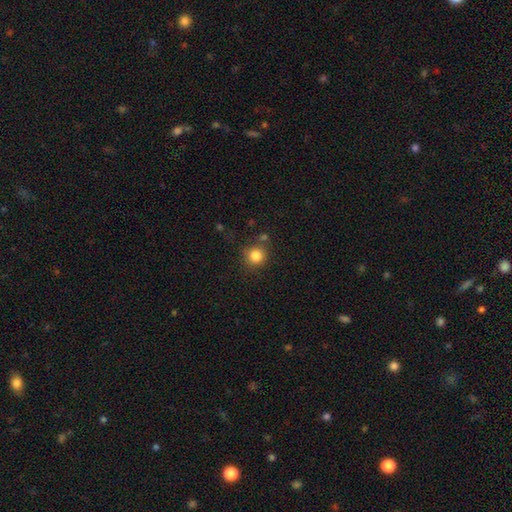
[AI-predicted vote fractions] Overall: smooth (84%). How rounded: round (92%). Merging: none (77%).